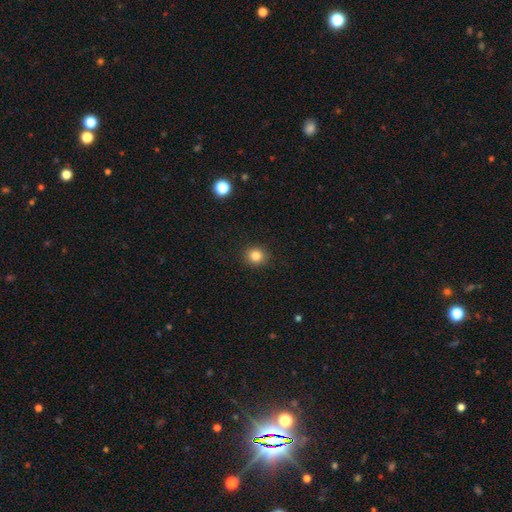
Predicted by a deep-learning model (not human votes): smooth 83%, star or artifact 11%, featured or disk 5%. Down the decision tree: how rounded — round (87%); merging — none (91%).